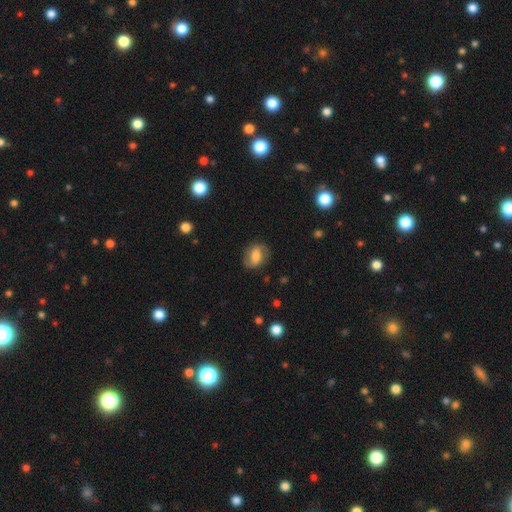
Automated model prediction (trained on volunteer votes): smooth_or_featured: smooth (p=0.51) [alt: featured or disk p=0.40]
how_rounded: in between (p=0.67) [alt: round p=0.31]
merging: none (p=0.77) [alt: minor disturbance p=0.16]